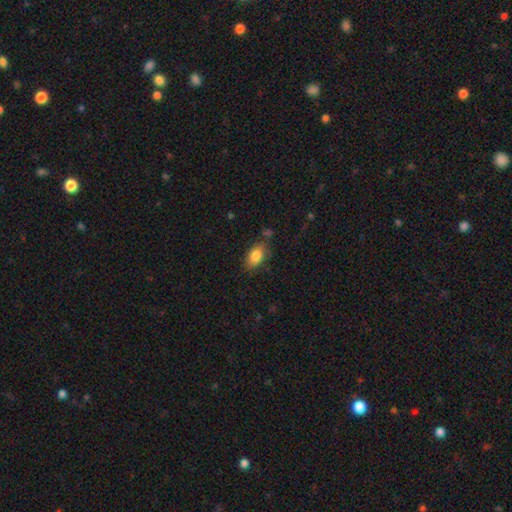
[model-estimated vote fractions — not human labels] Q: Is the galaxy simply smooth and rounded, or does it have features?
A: smooth — 83%.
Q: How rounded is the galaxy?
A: in between — 89%.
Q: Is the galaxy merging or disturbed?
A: none — 73%.